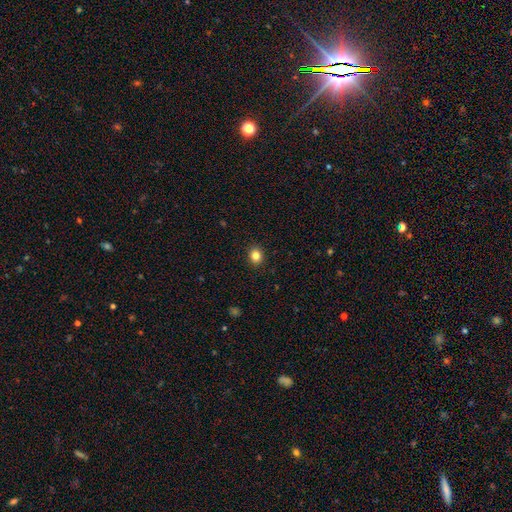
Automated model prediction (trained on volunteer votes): A smooth galaxy with no disk features (83%) that is round (66%).

Vote fractions:
- Smooth or featured? smooth: 83% / star or artifact: 11% / featured or disk: 6%
- How rounded? round: 66% / in between: 33% / cigar-shaped: 1%
- Merging? none: 91% / minor disturbance: 6% / major disturbance: 2% / merger: 1%